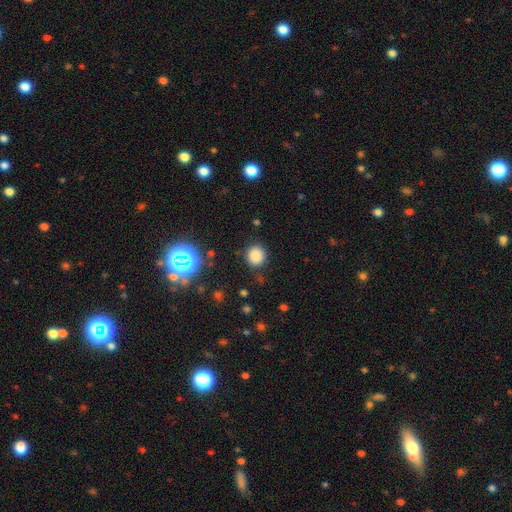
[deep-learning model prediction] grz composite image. It shows a smooth galaxy with no disk features (81%) that is round (85%). Merging: none (86%).